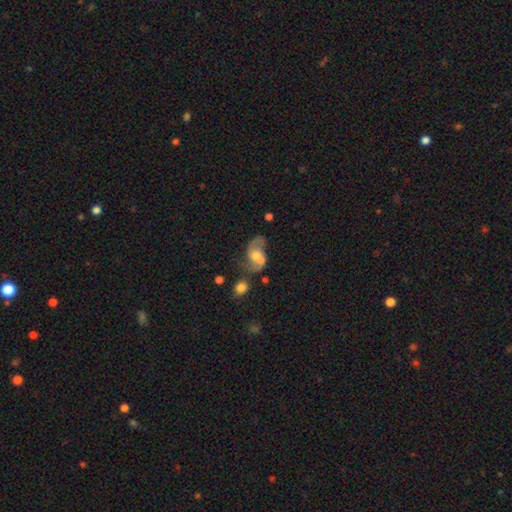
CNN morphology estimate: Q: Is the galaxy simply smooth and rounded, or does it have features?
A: featured or disk — 65%.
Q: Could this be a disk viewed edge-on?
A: no — 97%.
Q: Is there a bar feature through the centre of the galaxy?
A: no — 57%.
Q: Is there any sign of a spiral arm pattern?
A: yes — 79%.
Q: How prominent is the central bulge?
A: moderate — 47%.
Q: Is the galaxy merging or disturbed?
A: merger — 36%.